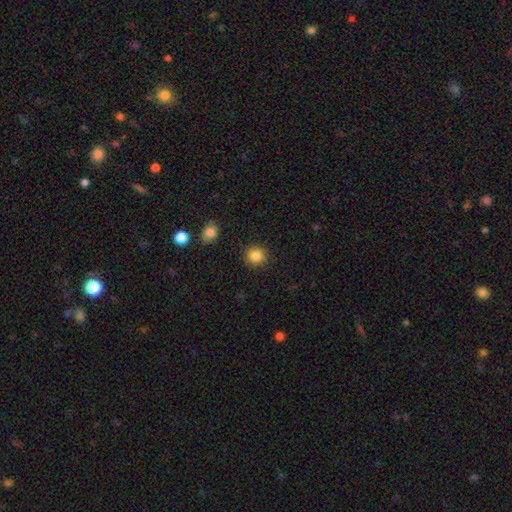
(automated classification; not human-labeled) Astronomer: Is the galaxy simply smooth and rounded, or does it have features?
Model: smooth — 86%.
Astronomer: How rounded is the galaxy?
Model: round — 92%.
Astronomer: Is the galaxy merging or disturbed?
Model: none — 91%.